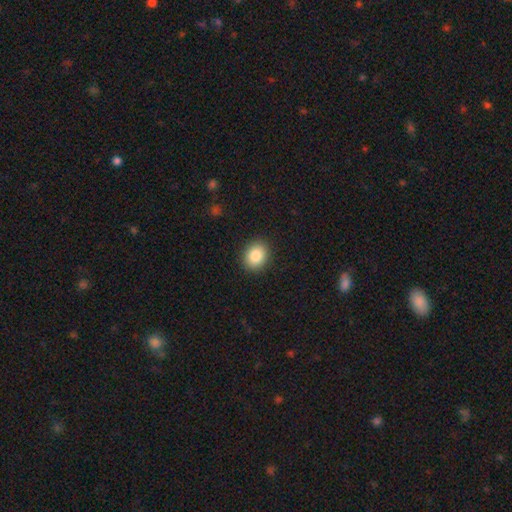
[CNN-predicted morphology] smooth-or-featured: smooth: 86% | star or artifact: 8% | featured or disk: 5%
  how-rounded: round: 55% | in between: 44% | cigar-shaped: 1%
  merging: none: 90% | minor disturbance: 7% | major disturbance: 2% | merger: 1%